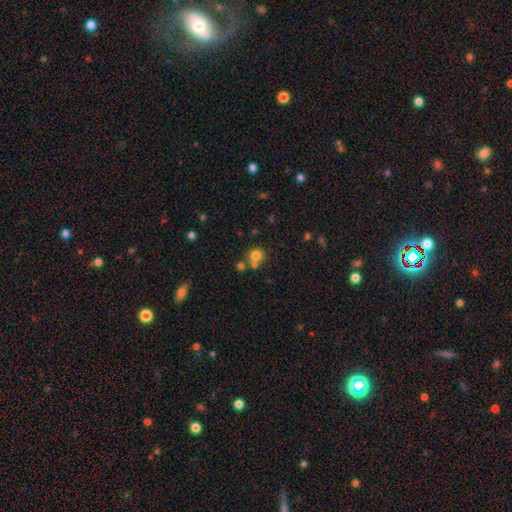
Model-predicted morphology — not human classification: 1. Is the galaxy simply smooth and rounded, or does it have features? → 76% smooth, 14% star or artifact, 9% featured or disk.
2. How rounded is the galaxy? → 86% round, 13% in between, 1% cigar-shaped.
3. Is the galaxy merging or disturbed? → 57% none, 31% merger, 9% minor disturbance, 4% major disturbance.